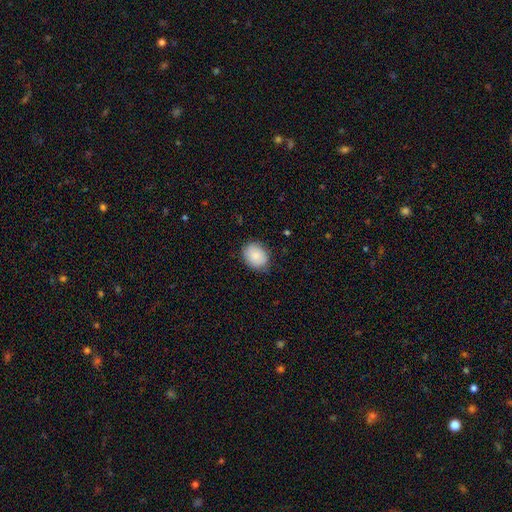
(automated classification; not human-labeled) smooth-or-featured: smooth: 87% | star or artifact: 7% | featured or disk: 6%
  how-rounded: in between: 50% | round: 49% | cigar-shaped: 1%
  merging: none: 81% | minor disturbance: 15% | major disturbance: 3% | merger: 1%